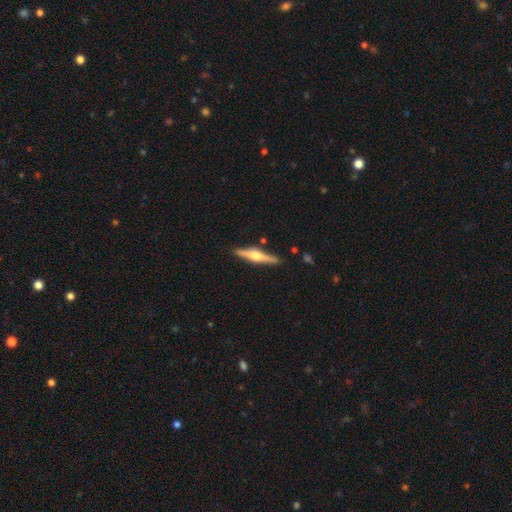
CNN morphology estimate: A featured or disk galaxy (72%) viewed edge-on (98%) with a rounded central bulge (94%).

Vote fractions:
- Smooth or featured? featured or disk: 72% / smooth: 23% / star or artifact: 5%
- Edge-on disk? yes: 98% / no: 2%
- Edge-on bulge? rounded: 94% / boxy: 4% / none: 2%
- Merging? none: 88% / minor disturbance: 8% / merger: 2% / major disturbance: 2%